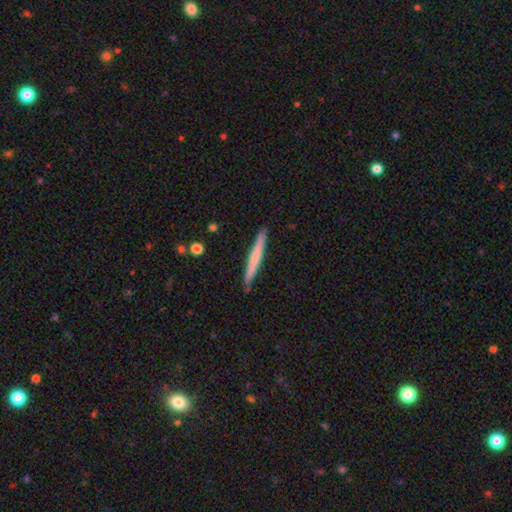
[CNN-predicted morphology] type=smooth (57%); roundness=cigar-shaped (97%); merging=none (91%).